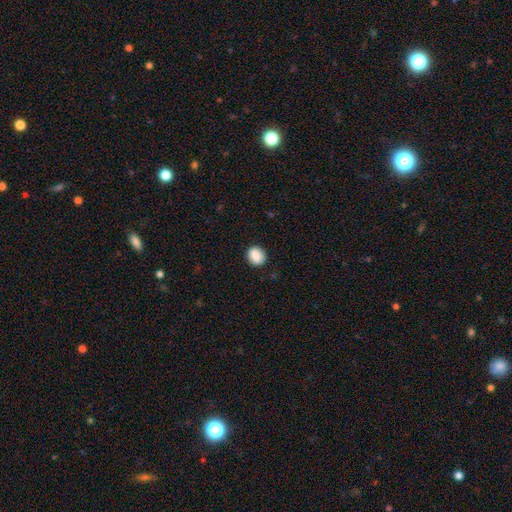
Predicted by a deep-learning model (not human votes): Q: Smooth or featured?
A: smooth (88%); runner-up: star or artifact (8%)
Q: How rounded?
A: round (73%); runner-up: in between (26%)
Q: Merging?
A: none (88%); runner-up: minor disturbance (9%)